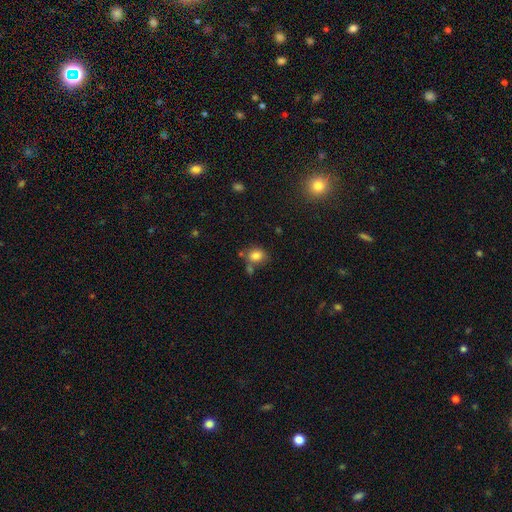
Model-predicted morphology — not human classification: Smooth or featured?
  - smooth: 81% *
  - star or artifact: 11%
  - featured or disk: 8%
How rounded?
  - round: 54% *
  - in between: 45%
  - cigar-shaped: 1%
Merging?
  - none: 60% *
  - merger: 18%
  - minor disturbance: 17%
  - major disturbance: 6%